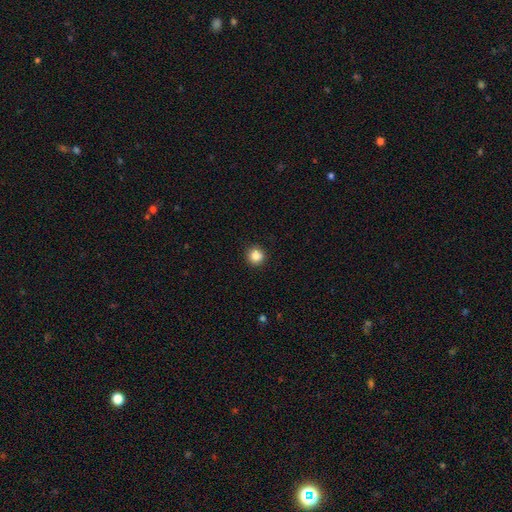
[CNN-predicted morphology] Smooth or featured? Predicted: smooth (p=0.86). How rounded? Predicted: round (p=0.94). Merging? Predicted: none (p=0.92).